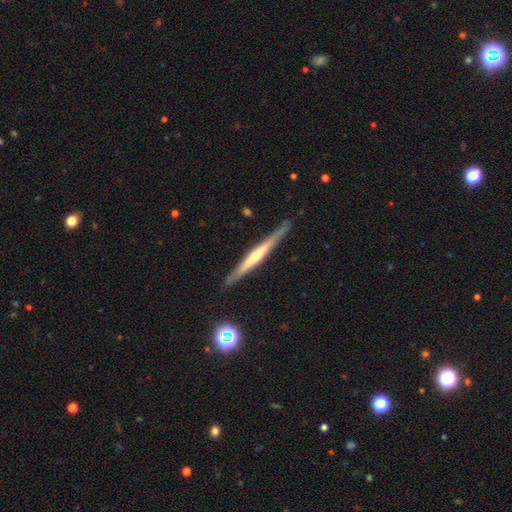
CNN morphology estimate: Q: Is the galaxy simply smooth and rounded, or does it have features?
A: featured or disk — 72%.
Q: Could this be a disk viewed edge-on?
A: yes — 97%.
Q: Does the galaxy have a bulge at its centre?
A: rounded — 63%.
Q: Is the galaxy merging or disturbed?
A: none — 89%.